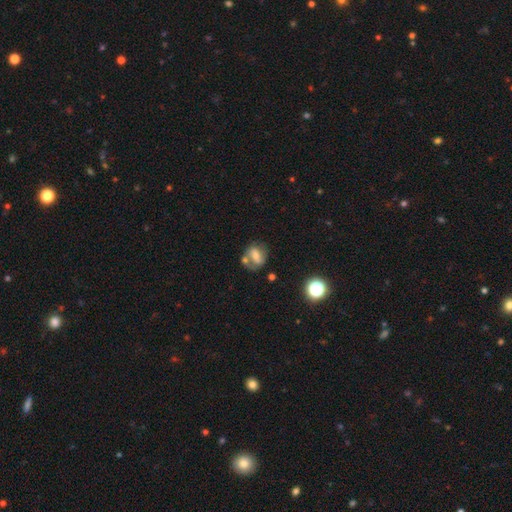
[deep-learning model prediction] Overall: smooth (48%; featured or disk 41%). Merging: none (43%; merger 30%).